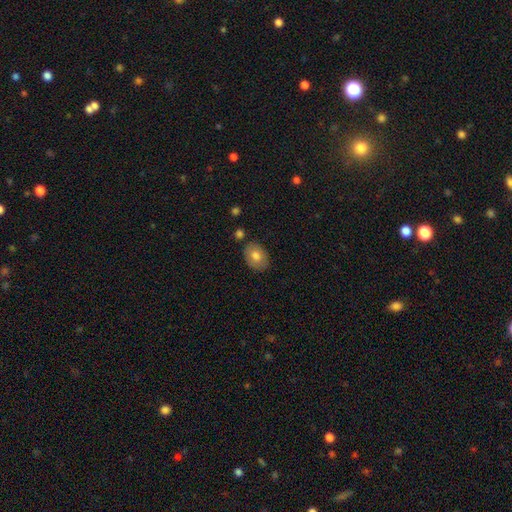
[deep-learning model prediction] smooth-or-featured: smooth: 77% | featured or disk: 15% | star or artifact: 7%
  how-rounded: in between: 74% | round: 25% | cigar-shaped: 1%
  merging: none: 80% | minor disturbance: 13% | merger: 4% | major disturbance: 3%